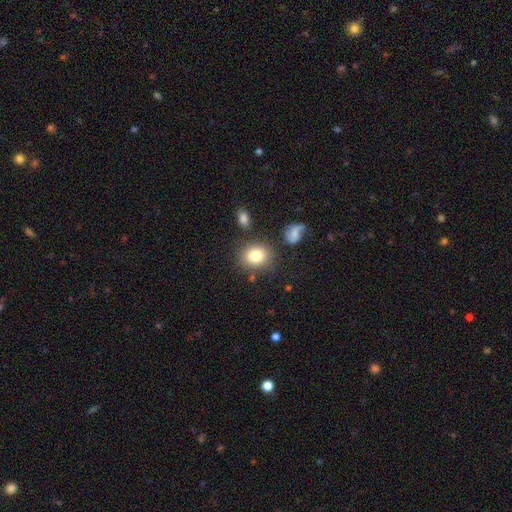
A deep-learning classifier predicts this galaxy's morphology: type=smooth (80%); roundness=round (65%); merging=none (79%).